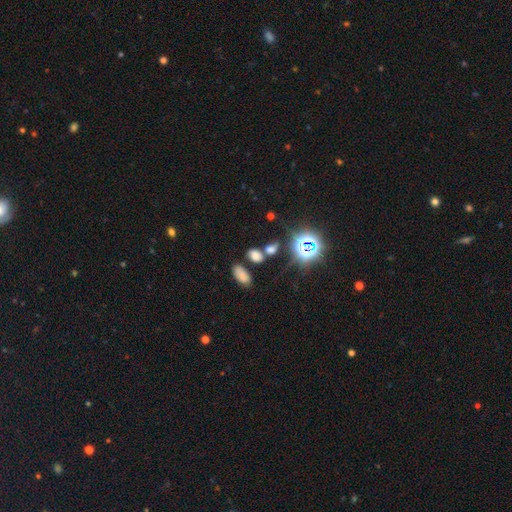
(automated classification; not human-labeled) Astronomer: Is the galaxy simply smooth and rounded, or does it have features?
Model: smooth — 64%.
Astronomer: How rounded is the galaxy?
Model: in between — 82%.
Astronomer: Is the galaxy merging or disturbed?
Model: none — 59%.